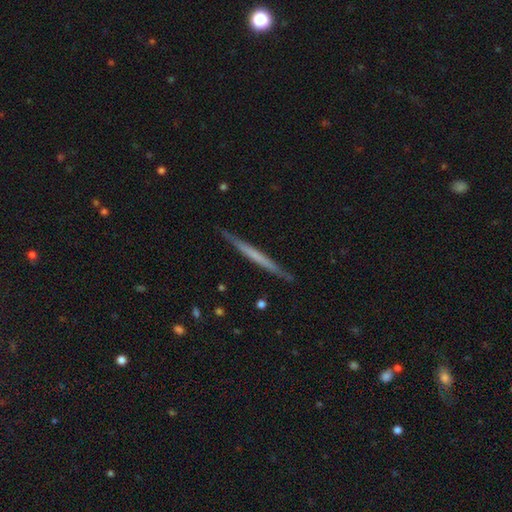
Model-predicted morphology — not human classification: type=featured or disk (54%); edge-on=yes (97%); edge-on bulge=none (88%); merging=none (90%).